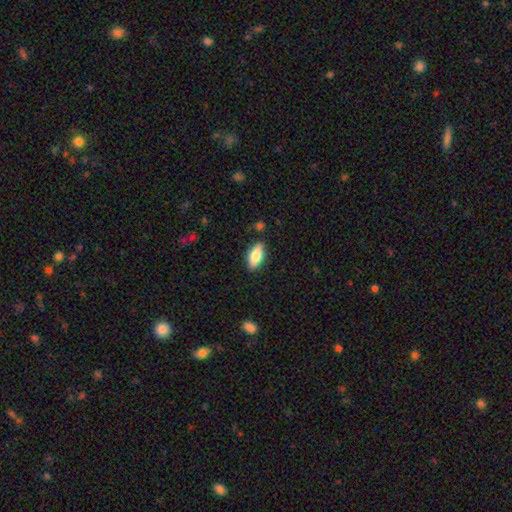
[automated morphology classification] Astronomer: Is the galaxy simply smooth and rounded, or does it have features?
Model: smooth — 80%.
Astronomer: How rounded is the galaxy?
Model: in between — 86%.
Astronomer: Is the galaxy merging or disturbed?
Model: none — 85%.